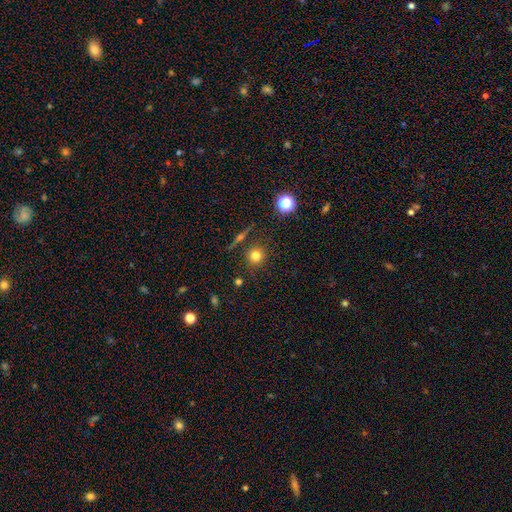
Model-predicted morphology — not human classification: Q: Smooth or featured?
A: smooth (75%); runner-up: star or artifact (15%)
Q: How rounded?
A: round (91%); runner-up: in between (8%)
Q: Merging?
A: none (83%); runner-up: minor disturbance (9%)